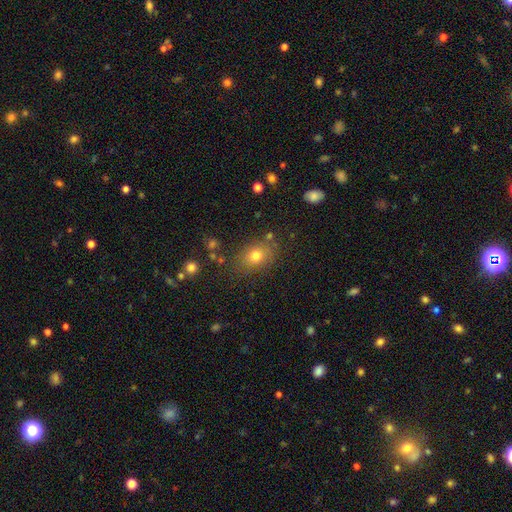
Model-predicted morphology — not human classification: Smooth or featured: smooth — 75% (star or artifact — 14%)
How rounded: in between — 59% (round — 39%)
Merging: none — 76% (minor disturbance — 15%)